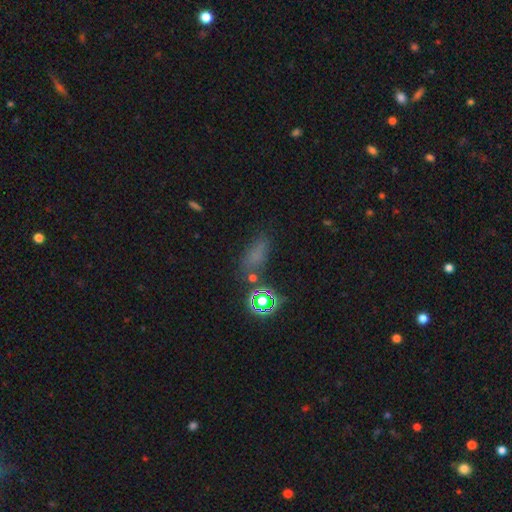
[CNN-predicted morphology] Smooth or featured?
  - smooth: 58% *
  - star or artifact: 32%
  - featured or disk: 10%
How rounded?
  - in between: 64% *
  - cigar-shaped: 20%
  - round: 16%
Merging?
  - none: 70% *
  - minor disturbance: 16%
  - major disturbance: 7%
  - merger: 6%